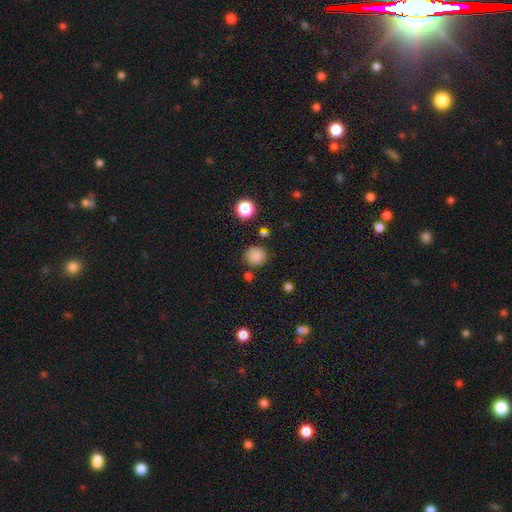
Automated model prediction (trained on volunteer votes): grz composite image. It shows a smooth galaxy with no disk features (83%) that is round (91%). Merging: none (82%).